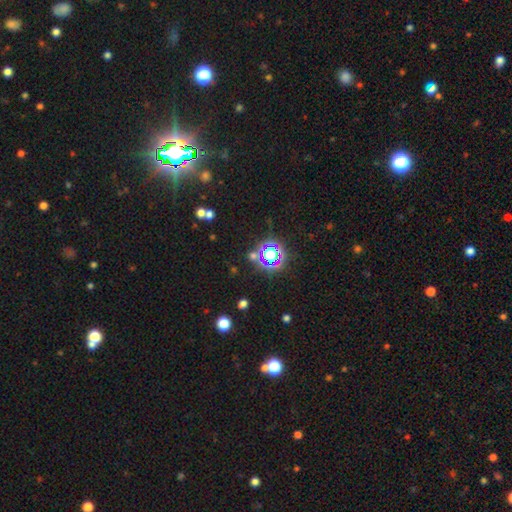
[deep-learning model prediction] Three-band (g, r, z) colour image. It shows a star or artifact, not a galaxy (75%).